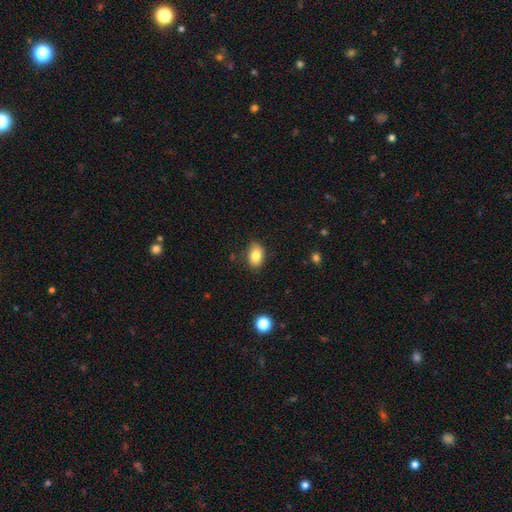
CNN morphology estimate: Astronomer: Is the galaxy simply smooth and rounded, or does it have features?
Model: smooth — 82%.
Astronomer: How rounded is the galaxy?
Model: in between — 85%.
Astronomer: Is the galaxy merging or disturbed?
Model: none — 79%.